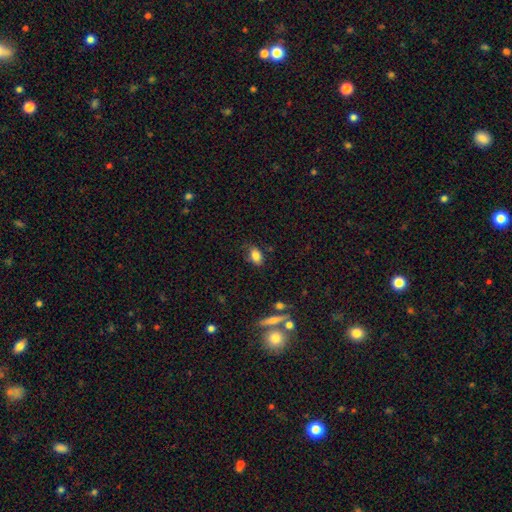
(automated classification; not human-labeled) Smooth or featured? smooth (83%)
How rounded? in between (86%)
Merging? none (74%)